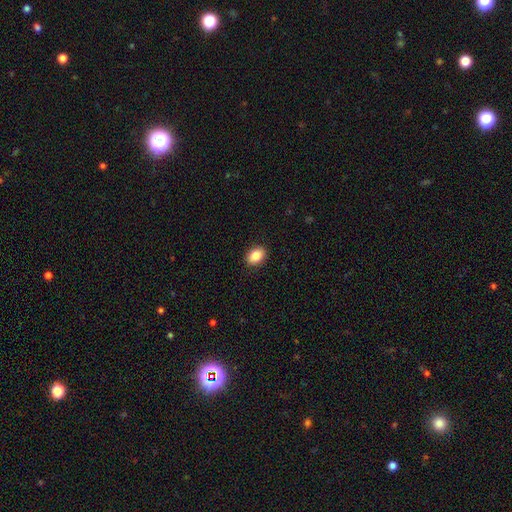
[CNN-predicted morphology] This appears to be a smooth galaxy with no disk features (86%) that is in between round and cigar-shaped (76%). Merging: none (90%).